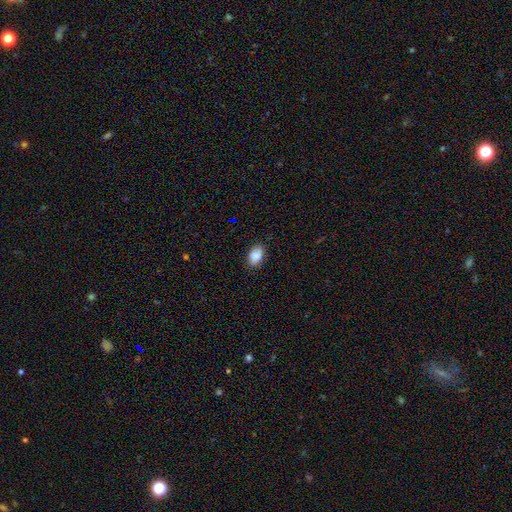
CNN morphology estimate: Smooth or featured? Predicted: smooth (p=0.88). How rounded? Predicted: in between (p=0.88). Merging? Predicted: none (p=0.84).